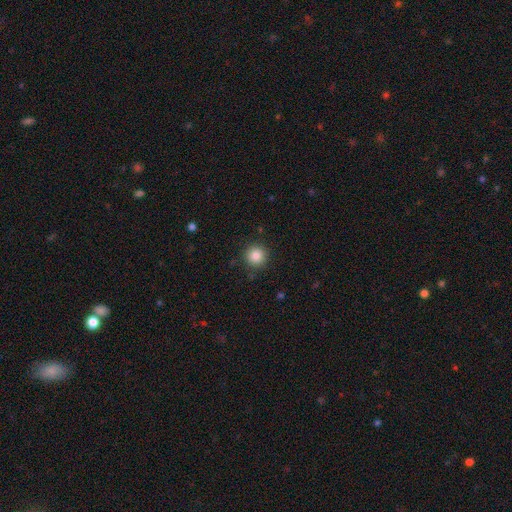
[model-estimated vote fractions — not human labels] Q: Smooth or featured?
A: smooth (84%); runner-up: star or artifact (11%)
Q: How rounded?
A: round (95%); runner-up: in between (4%)
Q: Merging?
A: none (90%); runner-up: minor disturbance (6%)